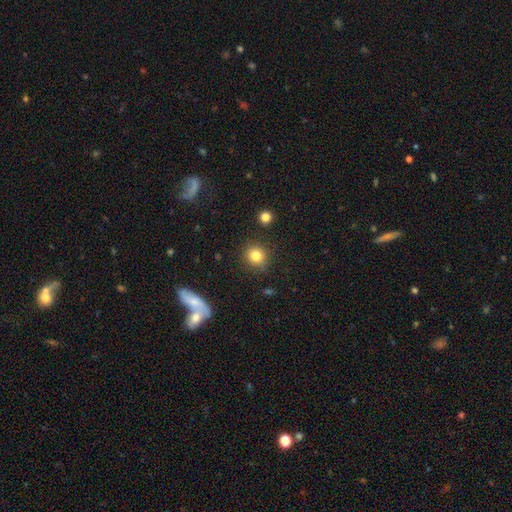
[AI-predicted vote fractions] A smooth galaxy with no disk features (82%) that is round (86%). Merging: none (87%).